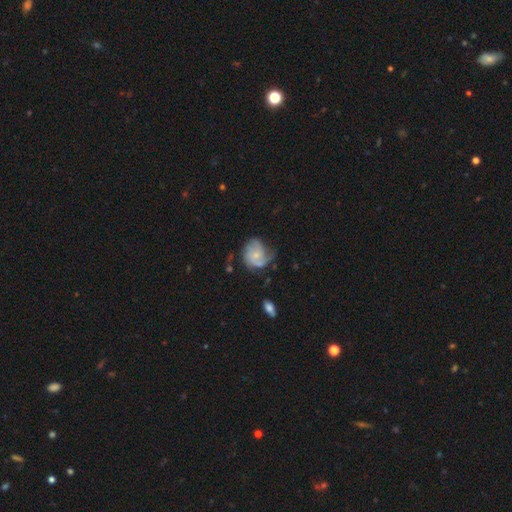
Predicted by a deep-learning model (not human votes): Smooth or featured? featured or disk (67%)
Edge-on disk? no (98%)
Bar? no (73%)
Spiral arms? yes (88%)
Spiral winding? medium (40%)
Spiral arm count? 2 (30%)
Bulge size? small (63%)
Merging? none (46%)